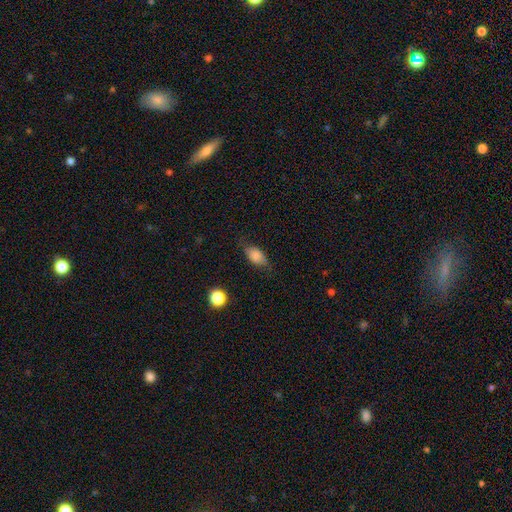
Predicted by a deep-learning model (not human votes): Smooth or featured? smooth (79%)
How rounded? in between (89%)
Merging? none (71%)